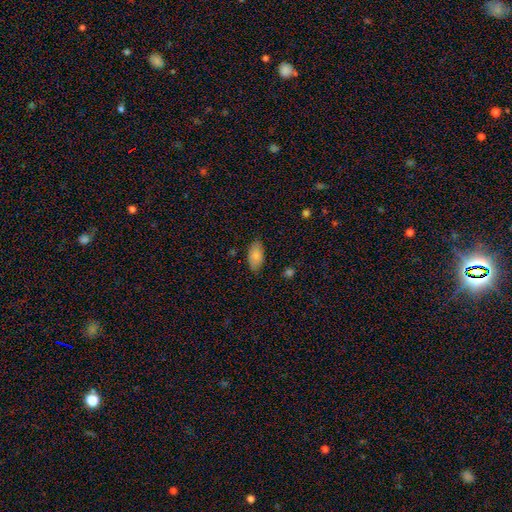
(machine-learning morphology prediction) smooth 83%, featured or disk 10%, star or artifact 7%. Down the decision tree: how rounded — in between (94%); merging — none (81%).